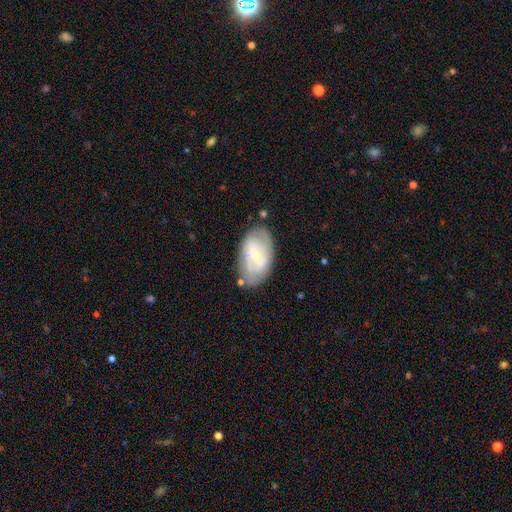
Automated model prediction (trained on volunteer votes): Q: Smooth or featured?
A: featured or disk (63%); runner-up: smooth (30%)
Q: Edge-on disk?
A: no (94%); runner-up: yes (6%)
Q: Bar?
A: weak (49%); runner-up: strong (29%)
Q: Spiral arms?
A: yes (69%); runner-up: no (31%)
Q: Bulge size?
A: small (65%); runner-up: moderate (28%)
Q: Merging?
A: none (72%); runner-up: minor disturbance (19%)